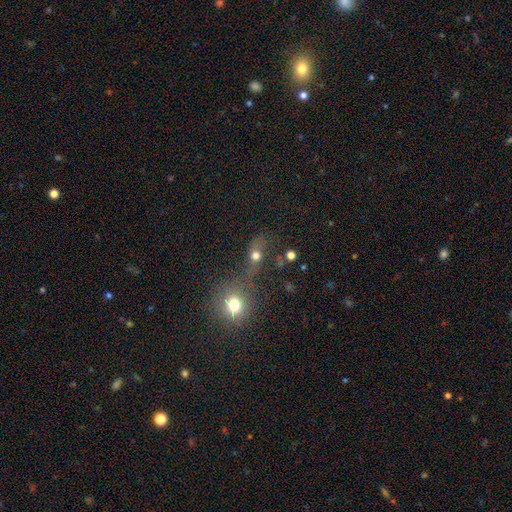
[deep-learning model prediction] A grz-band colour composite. It shows a smooth galaxy with no disk features (64%) that is round (59%). Merging: merger (41%).